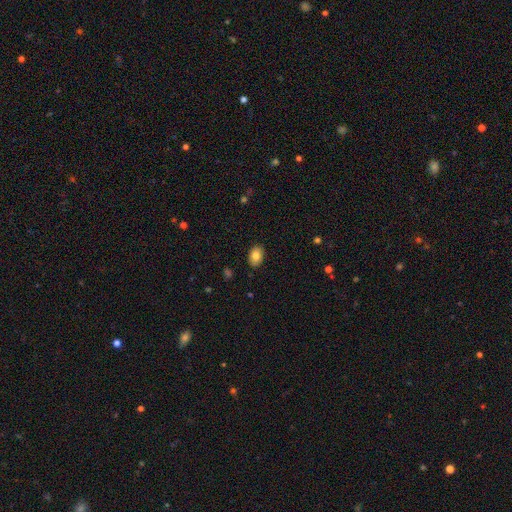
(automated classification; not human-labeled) Smooth or featured?
  - smooth: 82% *
  - featured or disk: 10%
  - star or artifact: 8%
How rounded?
  - in between: 83% *
  - round: 16%
  - cigar-shaped: 1%
Merging?
  - none: 88% *
  - minor disturbance: 9%
  - major disturbance: 2%
  - merger: 1%